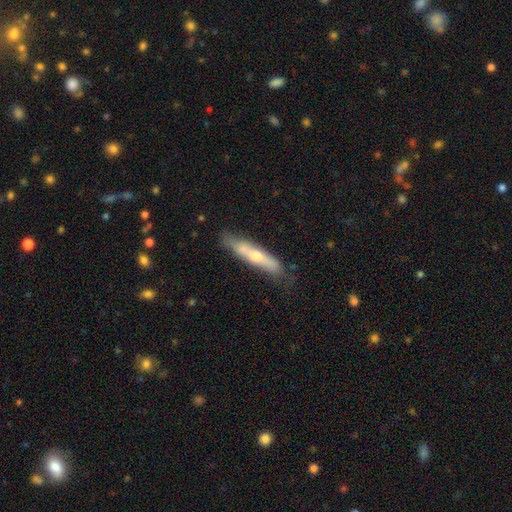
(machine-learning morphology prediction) type=smooth (50%); merging=none (68%).